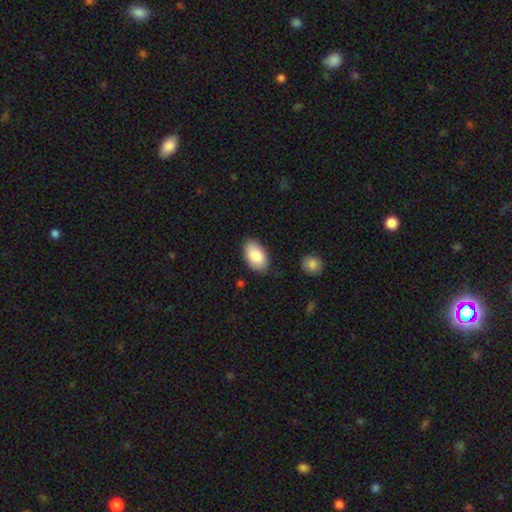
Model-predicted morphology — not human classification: Smooth or featured? Predicted: smooth (p=0.87). How rounded? Predicted: in between (p=0.95). Merging? Predicted: none (p=0.84).